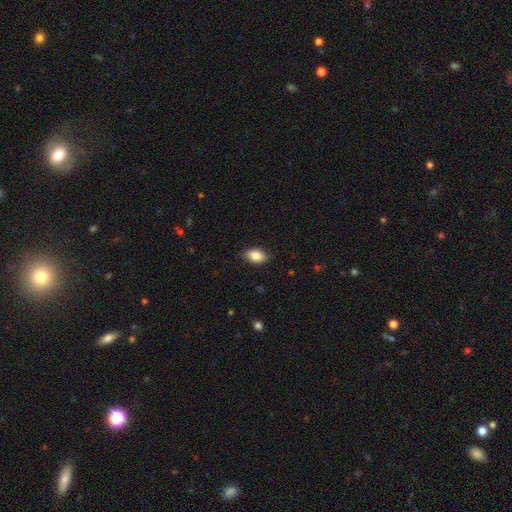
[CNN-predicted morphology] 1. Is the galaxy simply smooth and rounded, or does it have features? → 86% smooth, 7% star or artifact, 6% featured or disk.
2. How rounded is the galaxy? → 90% in between, 8% round, 2% cigar-shaped.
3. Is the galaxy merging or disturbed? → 87% none, 10% minor disturbance, 2% major disturbance, 1% merger.